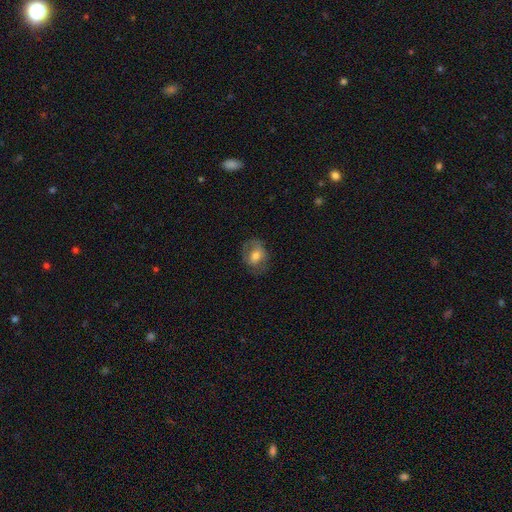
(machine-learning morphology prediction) A smooth galaxy with no disk features (55%) that is in between round and cigar-shaped (55%). Merging: none (67%).